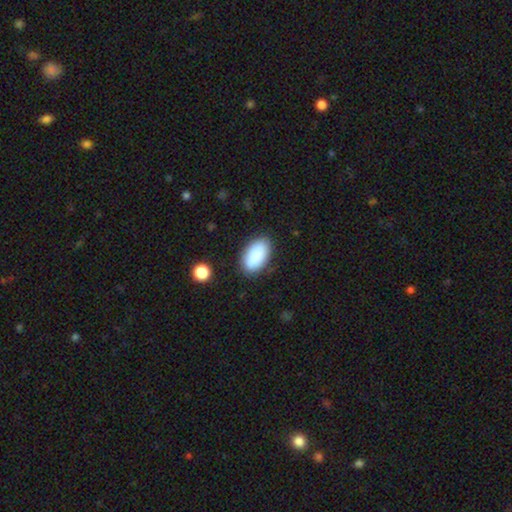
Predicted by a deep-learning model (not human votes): Morphology: type=smooth (87%); roundness=in between (94%); merging=none (82%).